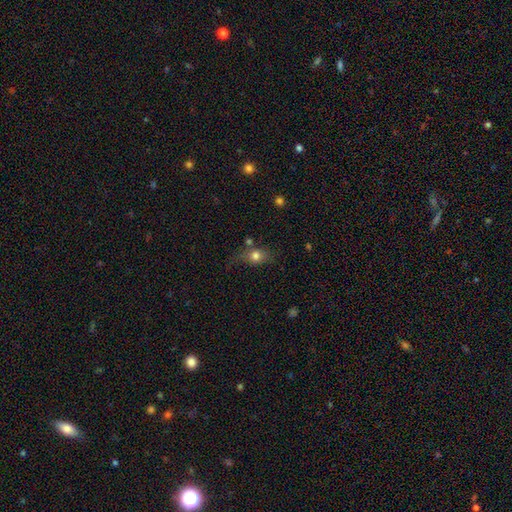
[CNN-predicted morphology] This appears to be a smooth galaxy with no disk features (76%) that is in between round and cigar-shaped (57%). Merging: none (51%).